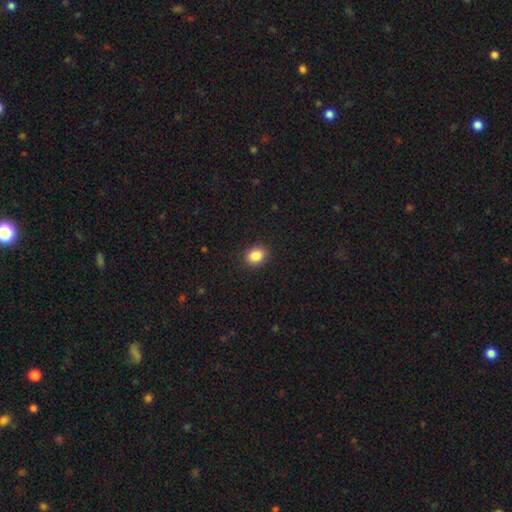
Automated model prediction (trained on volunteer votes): A smooth galaxy with no disk features (87%) that is in between round and cigar-shaped (53%).

Vote fractions:
- Smooth or featured? smooth: 87% / star or artifact: 9% / featured or disk: 4%
- How rounded? in between: 53% / round: 46% / cigar-shaped: 1%
- Merging? none: 90% / minor disturbance: 7% / major disturbance: 2% / merger: 1%